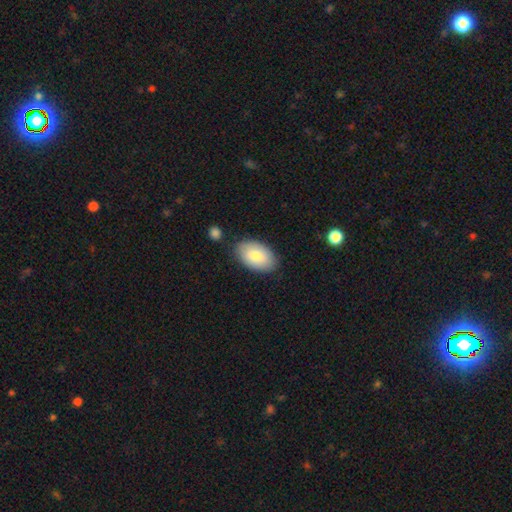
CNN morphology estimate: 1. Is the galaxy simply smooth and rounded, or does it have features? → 81% smooth, 14% featured or disk, 6% star or artifact.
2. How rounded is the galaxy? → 94% in between, 5% round, 1% cigar-shaped.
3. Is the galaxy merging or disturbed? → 81% none, 13% minor disturbance, 3% merger, 3% major disturbance.